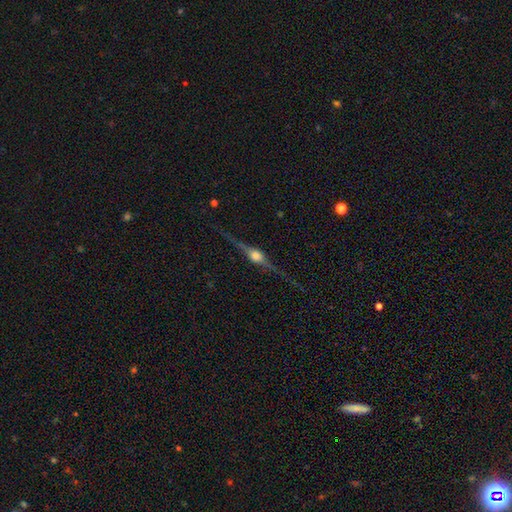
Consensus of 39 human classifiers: Overall: featured or disk (92%). Edge-on disk: yes (100%). Edge-on bulge: rounded (100%). Merging: none (89%).